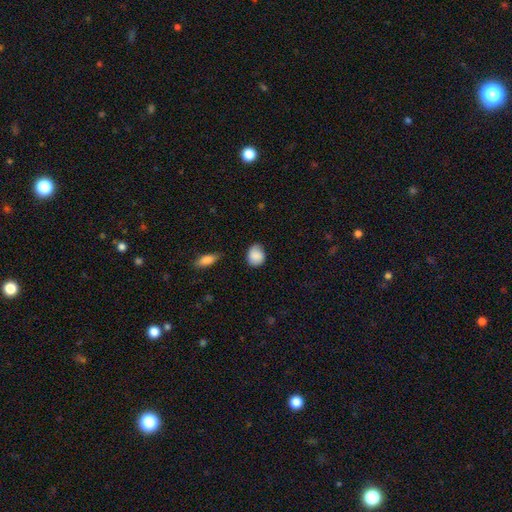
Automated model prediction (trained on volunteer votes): Smooth or featured?
  - smooth: 85% *
  - featured or disk: 7%
  - star or artifact: 7%
How rounded?
  - round: 57% *
  - in between: 42%
  - cigar-shaped: 1%
Merging?
  - none: 71% *
  - minor disturbance: 23%
  - major disturbance: 4%
  - merger: 2%